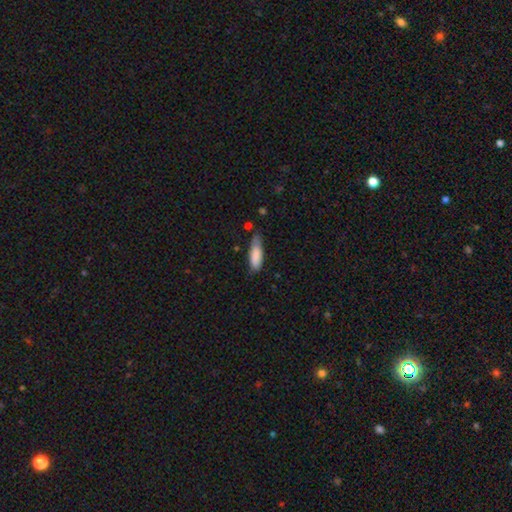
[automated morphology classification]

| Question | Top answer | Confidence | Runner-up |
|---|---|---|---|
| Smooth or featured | smooth | 85% | featured or disk (9%) |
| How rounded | in between | 53% | cigar-shaped (45%) |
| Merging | none | 57% | minor disturbance (33%) |